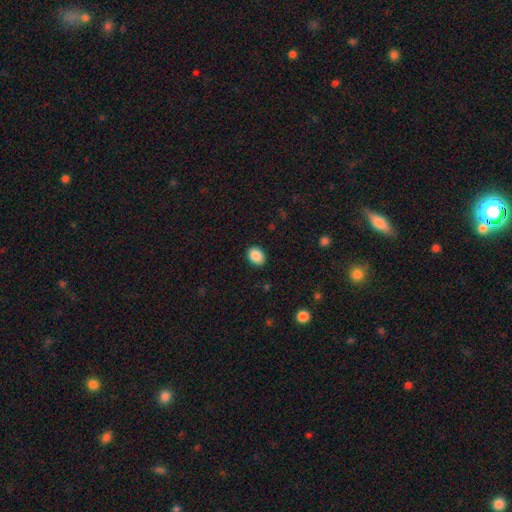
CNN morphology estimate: smooth 88%, star or artifact 8%, featured or disk 4%. Down the decision tree: how rounded — in between (57%); merging — none (90%).